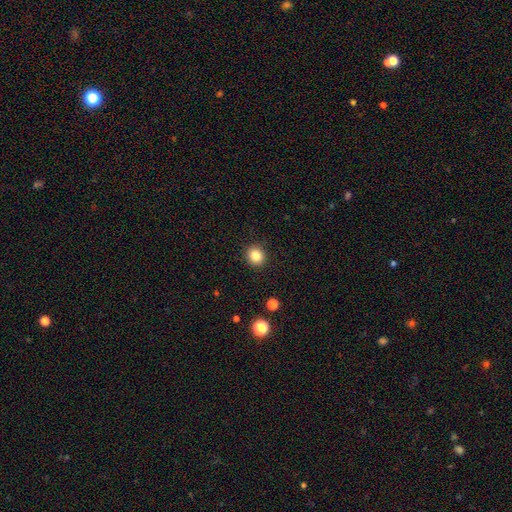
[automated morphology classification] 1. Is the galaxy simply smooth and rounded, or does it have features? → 83% smooth, 11% star or artifact, 5% featured or disk.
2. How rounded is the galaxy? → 81% round, 18% in between, 1% cigar-shaped.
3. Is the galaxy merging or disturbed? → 91% none, 6% minor disturbance, 2% major disturbance, 1% merger.